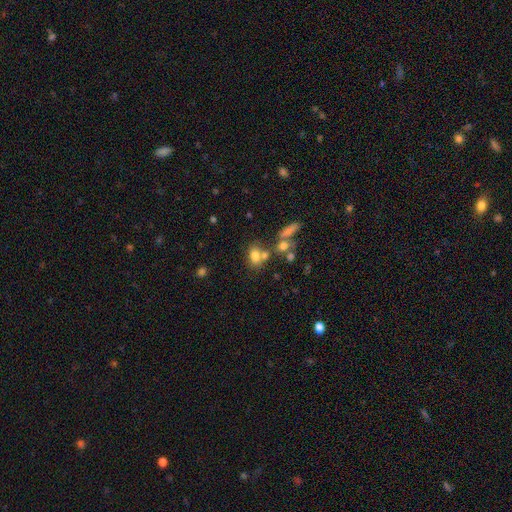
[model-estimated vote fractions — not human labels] Morphology: type=smooth (73%); roundness=in between (73%); merging=none (46%).